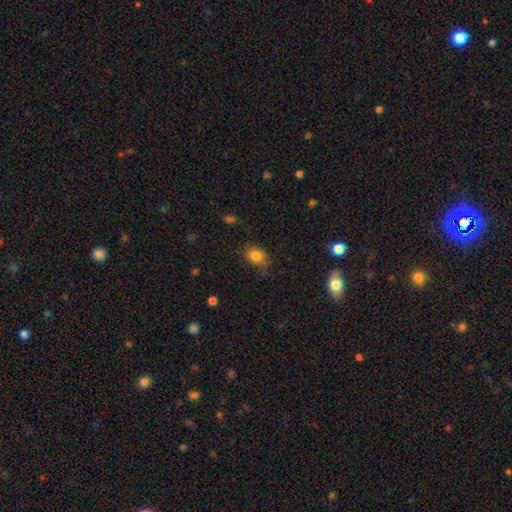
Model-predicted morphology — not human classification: This appears to be a smooth galaxy with no disk features (82%) that is in between round and cigar-shaped (67%). Merging: none (72%).